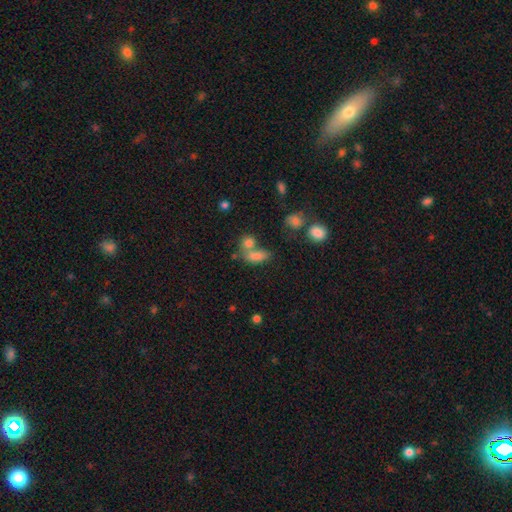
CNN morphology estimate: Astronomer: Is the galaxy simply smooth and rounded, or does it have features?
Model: smooth — 76%.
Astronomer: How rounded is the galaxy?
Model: in between — 75%.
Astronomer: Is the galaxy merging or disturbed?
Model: merger — 44% (runner-up: none, 37%).